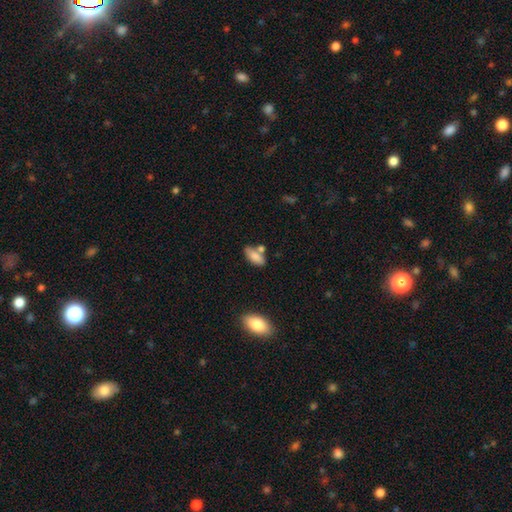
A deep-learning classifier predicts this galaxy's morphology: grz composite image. It shows a smooth galaxy with no disk features (81%) that is in between round and cigar-shaped (84%). Merging: none (54%).